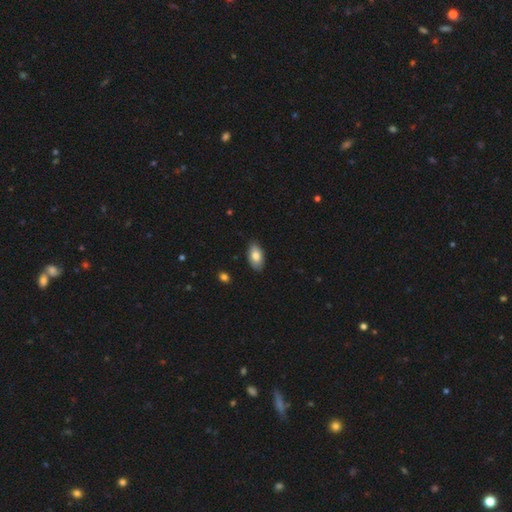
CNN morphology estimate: Smooth or featured? Predicted: smooth (p=0.82). How rounded? Predicted: in between (p=0.94). Merging? Predicted: none (p=0.86).